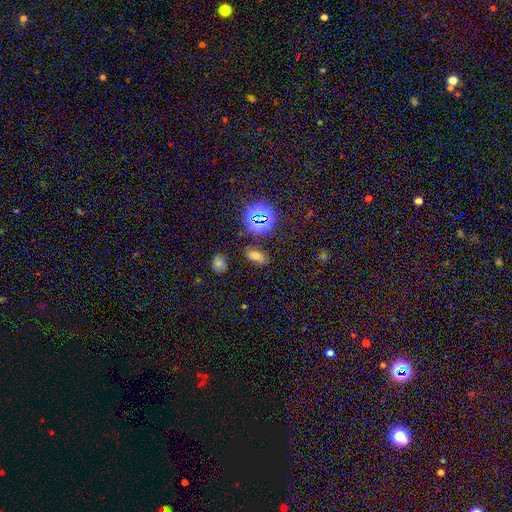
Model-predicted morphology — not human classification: This is possibly a smooth galaxy (58%). How rounded: clearly in between (83%). Merging: likely none (79%).